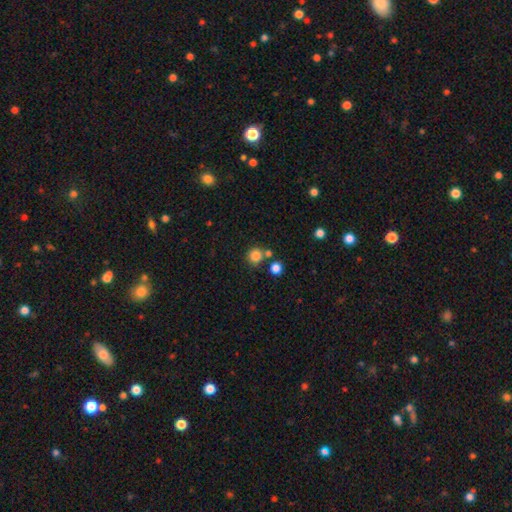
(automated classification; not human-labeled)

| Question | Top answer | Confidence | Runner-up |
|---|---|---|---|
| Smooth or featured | smooth | 82% | star or artifact (13%) |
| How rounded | round | 92% | in between (7%) |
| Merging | none | 72% | merger (16%) |